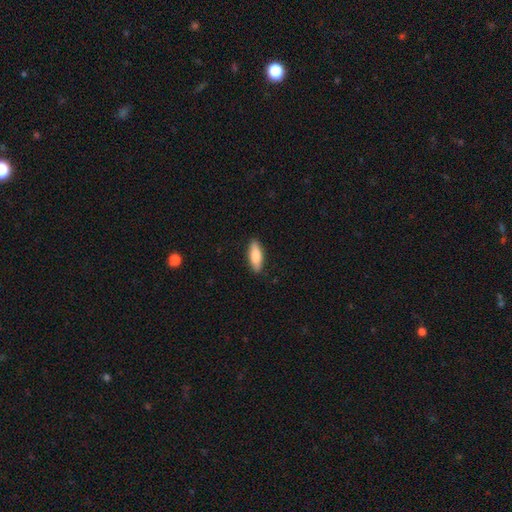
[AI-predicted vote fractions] Smooth or featured? Predicted: smooth (p=0.80). How rounded? Predicted: in between (p=0.60). Merging? Predicted: none (p=0.88).